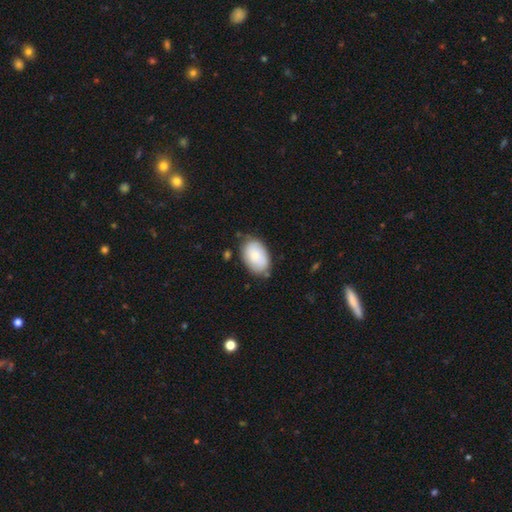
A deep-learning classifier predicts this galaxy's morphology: Q: Smooth or featured?
A: smooth (77%); runner-up: featured or disk (17%)
Q: How rounded?
A: in between (90%); runner-up: round (9%)
Q: Merging?
A: none (73%); runner-up: minor disturbance (20%)